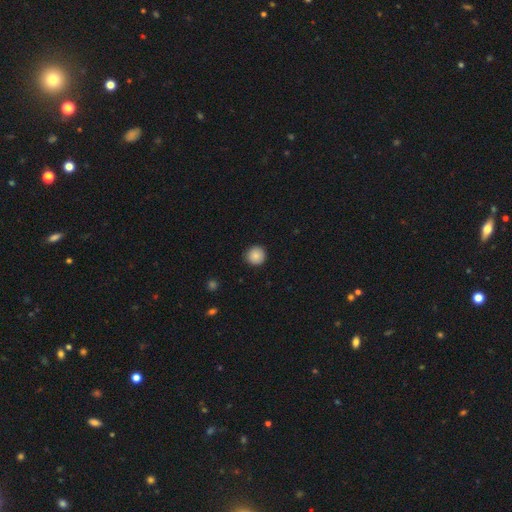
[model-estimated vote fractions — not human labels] Q: Smooth or featured?
A: smooth (88%); runner-up: star or artifact (9%)
Q: How rounded?
A: round (95%); runner-up: in between (4%)
Q: Merging?
A: none (91%); runner-up: minor disturbance (7%)